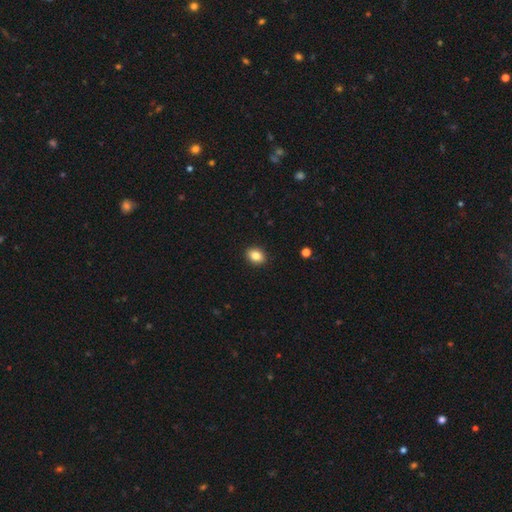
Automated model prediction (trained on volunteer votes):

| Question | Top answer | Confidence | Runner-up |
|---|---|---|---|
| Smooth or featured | smooth | 84% | star or artifact (9%) |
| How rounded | in between | 70% | round (29%) |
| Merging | none | 91% | minor disturbance (7%) |